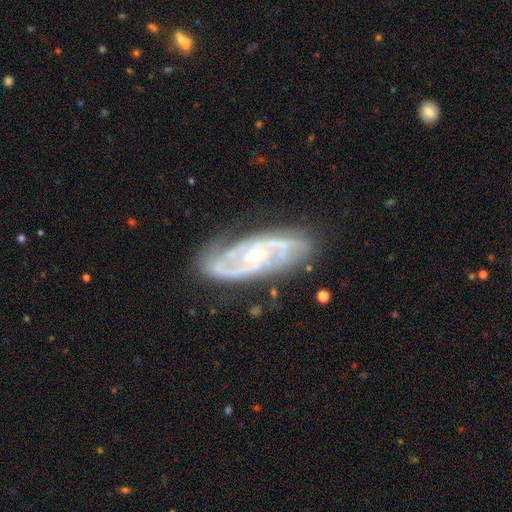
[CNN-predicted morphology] Smooth or featured?
  - featured or disk: 89% *
  - smooth: 6%
  - star or artifact: 5%
Edge-on disk?
  - no: 91% *
  - yes: 9%
Bar?
  - no: 62% *
  - weak: 27%
  - strong: 11%
Spiral arms?
  - yes: 95% *
  - no: 5%
Spiral winding?
  - tight: 51% *
  - medium: 40%
  - loose: 9%
Spiral arm count?
  - 2: 53% *
  - 3: 18%
  - can't tell: 17%
  - 4: 4%
  - 1: 4%
  - more than 4: 3%
Bulge size?
  - small: 58% *
  - moderate: 39%
  - large: 1%
  - none: 1%
  - dominant: 1%
Merging?
  - none: 76% *
  - minor disturbance: 17%
  - major disturbance: 5%
  - merger: 2%